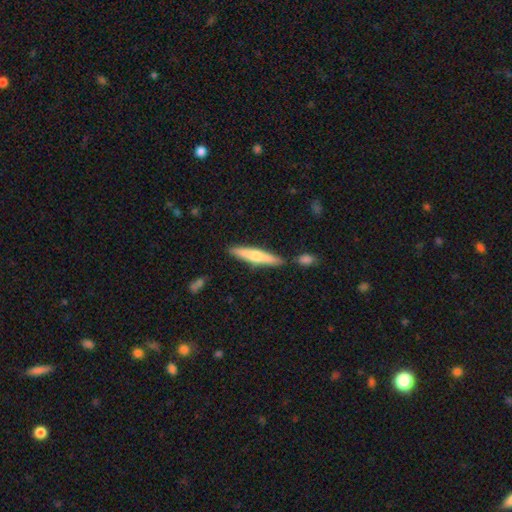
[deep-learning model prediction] Smooth or featured? Predicted: smooth (p=0.59). How rounded? Predicted: cigar-shaped (p=0.90). Merging? Predicted: none (p=0.79).